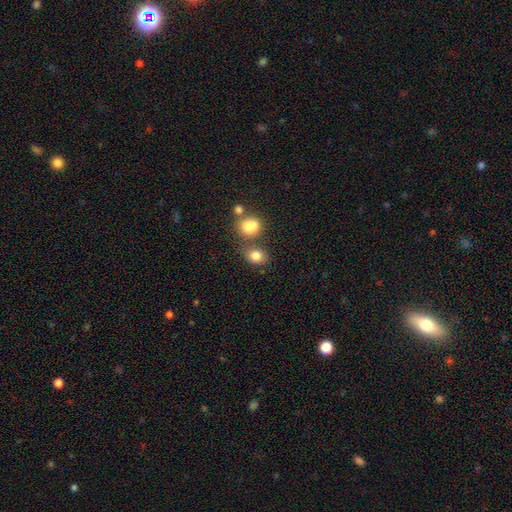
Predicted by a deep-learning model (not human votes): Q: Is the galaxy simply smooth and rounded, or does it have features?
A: smooth — 82%.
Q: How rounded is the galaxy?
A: in between — 50%.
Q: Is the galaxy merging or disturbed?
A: none — 58%.